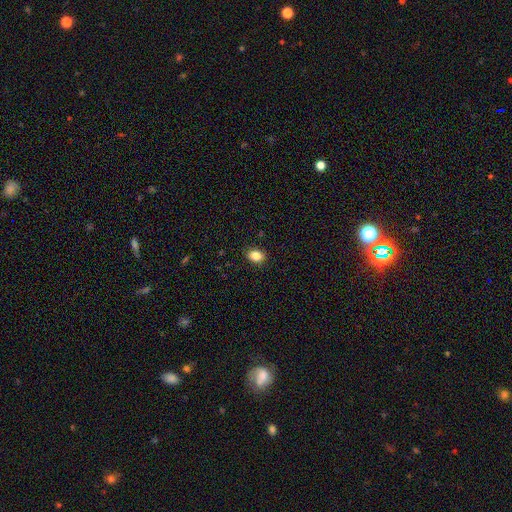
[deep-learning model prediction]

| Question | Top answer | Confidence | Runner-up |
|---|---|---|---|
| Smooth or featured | smooth | 86% | star or artifact (9%) |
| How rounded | in between | 72% | round (27%) |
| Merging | none | 89% | minor disturbance (8%) |